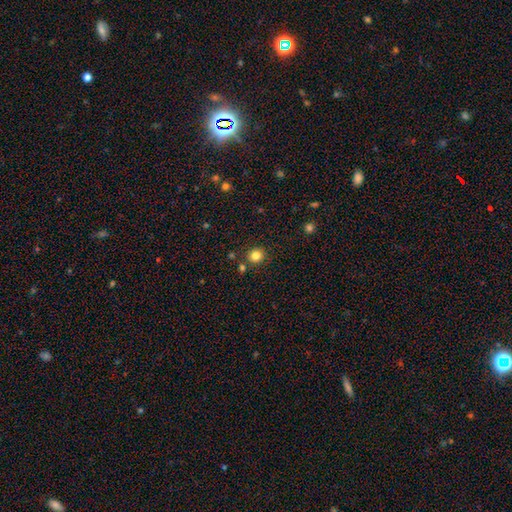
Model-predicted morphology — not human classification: A smooth galaxy with no disk features (82%) that is round (89%). Merging: none (85%).